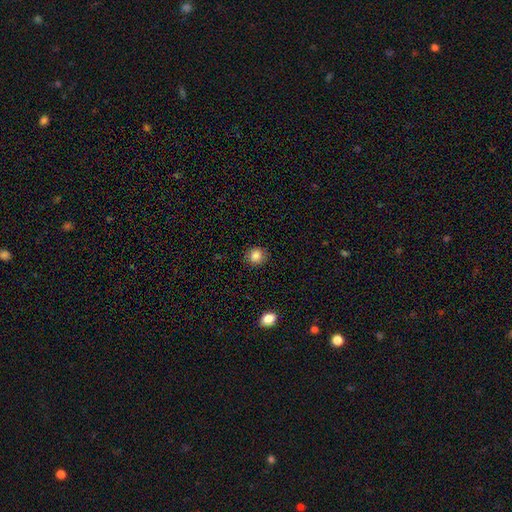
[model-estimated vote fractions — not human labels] A smooth galaxy with no disk features (85%) that is round (88%).

Vote fractions:
- Smooth or featured? smooth: 85% / star or artifact: 10% / featured or disk: 4%
- How rounded? round: 88% / in between: 12% / cigar-shaped: 1%
- Merging? none: 88% / minor disturbance: 8% / major disturbance: 2% / merger: 1%